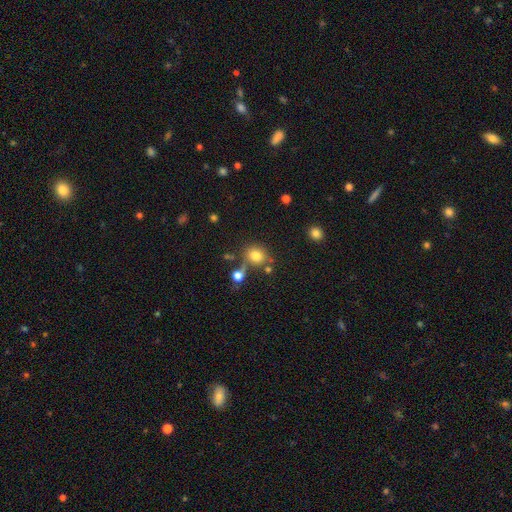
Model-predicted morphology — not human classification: type=smooth (79%); roundness=round (65%); merging=none (58%).